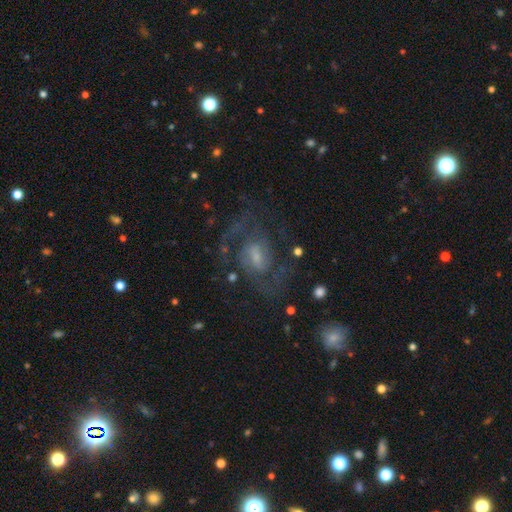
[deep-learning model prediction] This is likely a featured or disk galaxy (80%). It is clearly not viewed edge-on (97%). Bar: possibly weak (54%). Spiral arm pattern: clearly yes (92%). Spiral arm count: likely 2 (73%). Spiral winding: possibly medium (54%). Central bulge: marginally small (44%). Merging: likely none (68%).